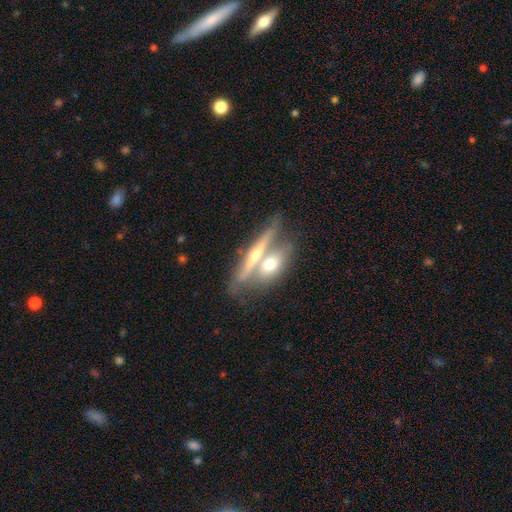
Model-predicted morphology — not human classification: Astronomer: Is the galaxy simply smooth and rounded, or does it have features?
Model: featured or disk — 66%.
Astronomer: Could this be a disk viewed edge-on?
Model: yes — 82%.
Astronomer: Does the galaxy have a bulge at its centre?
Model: rounded — 89%.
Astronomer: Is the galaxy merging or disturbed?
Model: merger — 49% (runner-up: none, 38%).